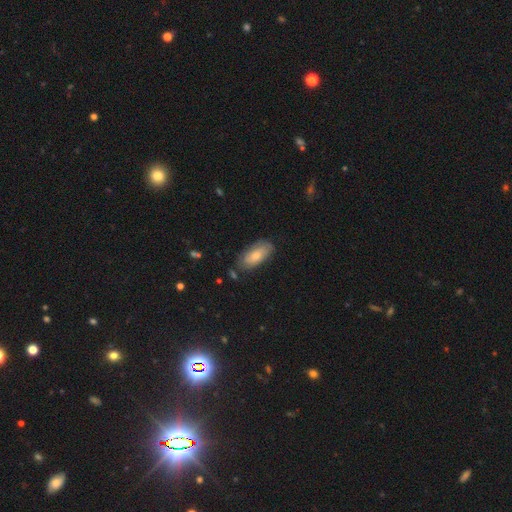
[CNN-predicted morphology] Overall: smooth (68%). How rounded: in between (88%). Merging: none (73%).